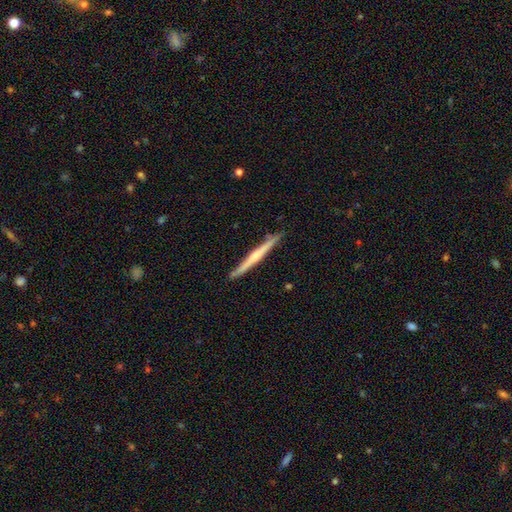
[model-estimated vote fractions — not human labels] Smooth or featured? featured or disk (60%)
Edge-on disk? yes (98%)
Edge-on bulge? rounded (47%)
Merging? none (89%)